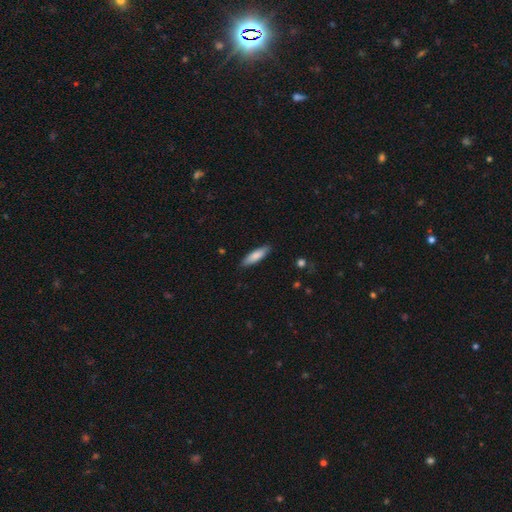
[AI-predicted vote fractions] Smooth or featured? smooth (82%)
How rounded? cigar-shaped (62%)
Merging? none (87%)